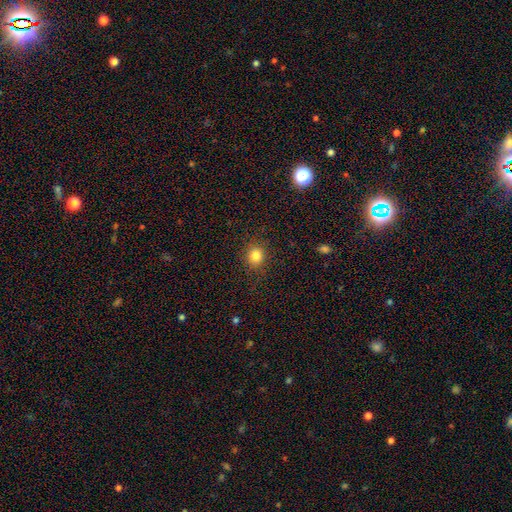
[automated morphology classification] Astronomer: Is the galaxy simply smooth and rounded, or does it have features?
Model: smooth — 83%.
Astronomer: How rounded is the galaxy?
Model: round — 81%.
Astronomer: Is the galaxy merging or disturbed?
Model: none — 88%.